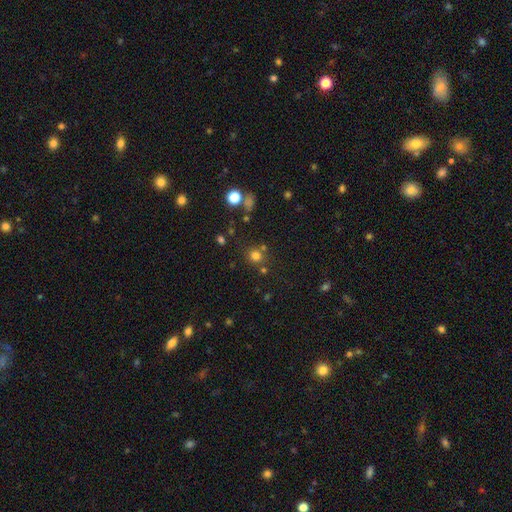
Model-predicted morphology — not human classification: Smooth or featured?
  - smooth: 72% *
  - star or artifact: 21%
  - featured or disk: 7%
How rounded?
  - round: 88% *
  - in between: 11%
  - cigar-shaped: 1%
Merging?
  - none: 74% *
  - merger: 13%
  - minor disturbance: 9%
  - major disturbance: 4%